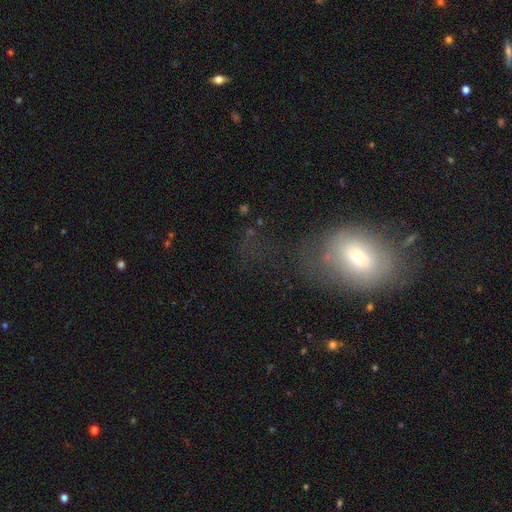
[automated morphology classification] This is possibly a smooth galaxy (49%). Merging: marginally none (44%).